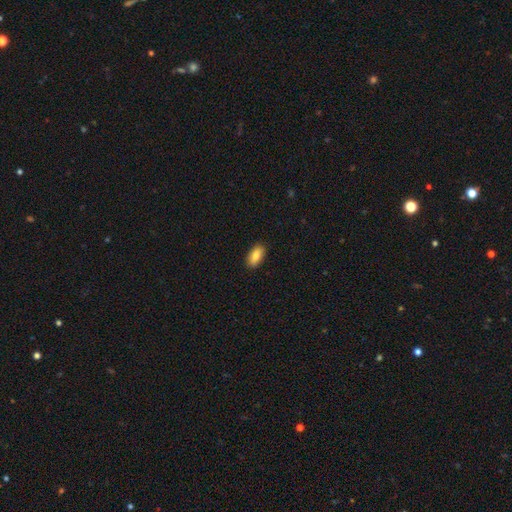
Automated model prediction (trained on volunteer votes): The model was most divided on "smooth or featured": smooth: 85%, featured or disk: 8%, star or artifact: 7%. More confident: how rounded — in between (91%); merging — none (90%).